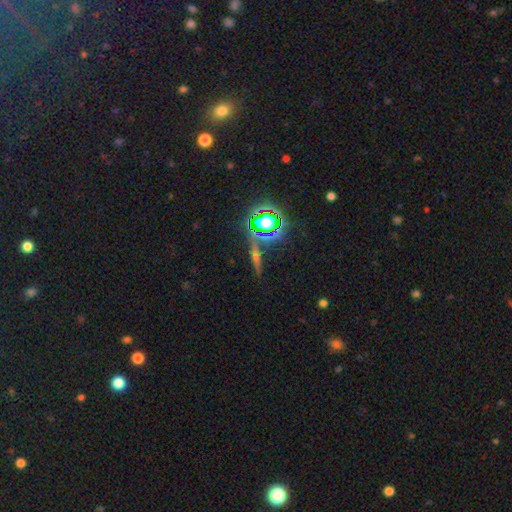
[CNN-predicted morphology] This is marginally a featured or disk galaxy (37%). Merging: likely none (78%).